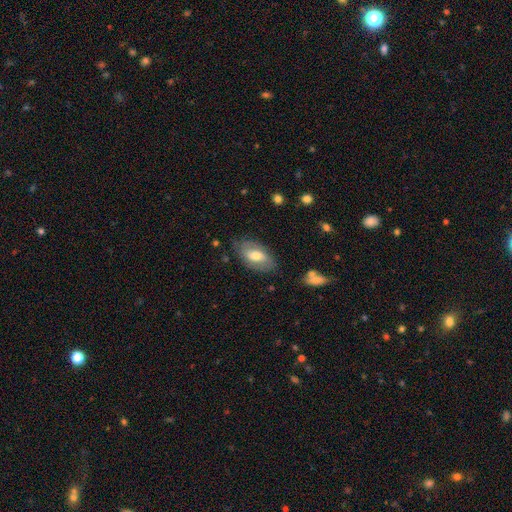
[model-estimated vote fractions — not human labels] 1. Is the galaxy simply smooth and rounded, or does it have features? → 52% smooth, 41% featured or disk, 7% star or artifact.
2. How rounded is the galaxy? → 91% in between, 6% round, 3% cigar-shaped.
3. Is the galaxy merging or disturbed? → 75% none, 18% minor disturbance, 6% major disturbance, 2% merger.